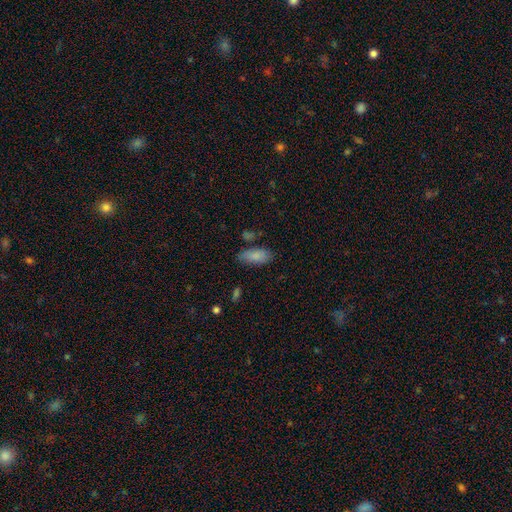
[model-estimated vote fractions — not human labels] smooth 84%, featured or disk 9%, star or artifact 7%. Down the decision tree: how rounded — in between (87%); merging — none (75%).